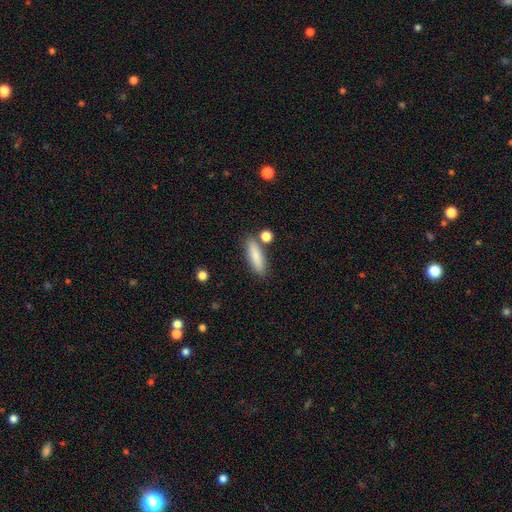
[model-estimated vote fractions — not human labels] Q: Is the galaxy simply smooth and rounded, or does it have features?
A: smooth — 84%.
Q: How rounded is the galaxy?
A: cigar-shaped — 58%.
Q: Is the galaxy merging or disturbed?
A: none — 77%.